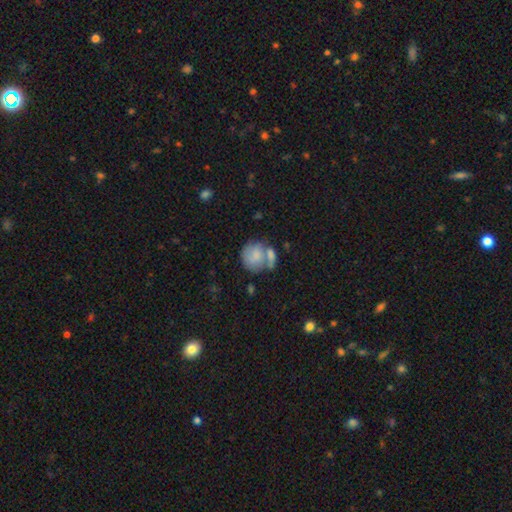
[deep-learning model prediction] smooth 71%, featured or disk 22%, star or artifact 7%. Down the decision tree: how rounded — round (79%); merging — merger (40%).